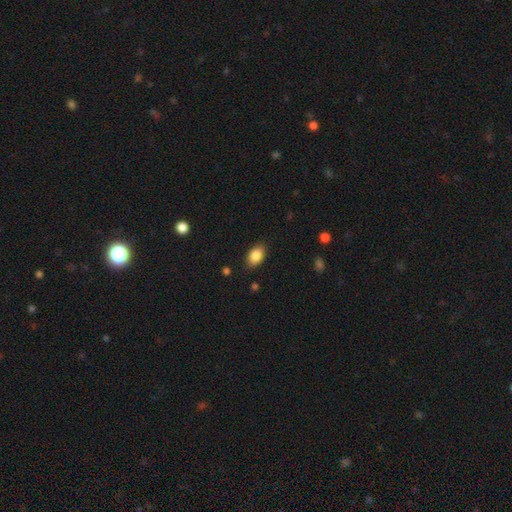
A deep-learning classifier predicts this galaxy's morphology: Smooth or featured?
  - smooth: 86% *
  - star or artifact: 8%
  - featured or disk: 7%
How rounded?
  - in between: 89% *
  - round: 10%
  - cigar-shaped: 2%
Merging?
  - none: 86% *
  - minor disturbance: 10%
  - major disturbance: 2%
  - merger: 1%